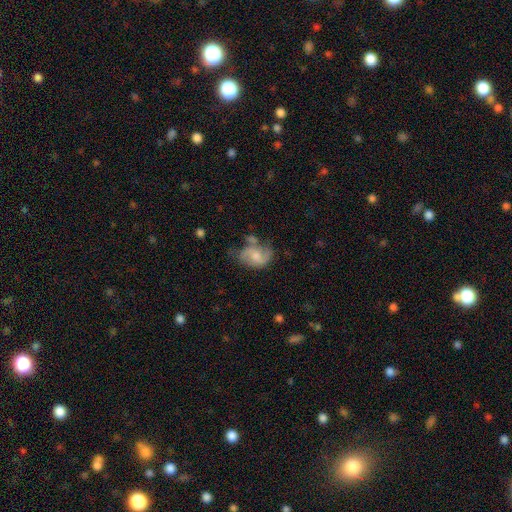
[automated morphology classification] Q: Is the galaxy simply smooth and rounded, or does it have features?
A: featured or disk — 59%.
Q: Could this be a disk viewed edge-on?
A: no — 97%.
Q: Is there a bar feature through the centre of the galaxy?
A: no — 56%.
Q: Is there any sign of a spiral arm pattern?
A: yes — 82%.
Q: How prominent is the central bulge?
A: moderate — 49%.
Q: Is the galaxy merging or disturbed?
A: none — 40%.